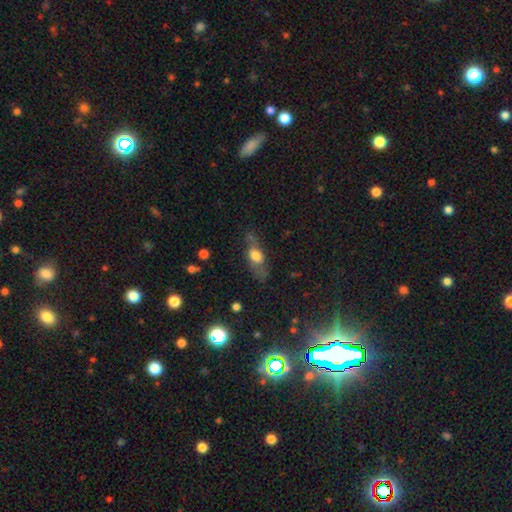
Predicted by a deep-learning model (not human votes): The model was most divided on "smooth or featured": smooth: 61%, featured or disk: 30%, star or artifact: 9%. More confident: how rounded — in between (66%); merging — none (61%).